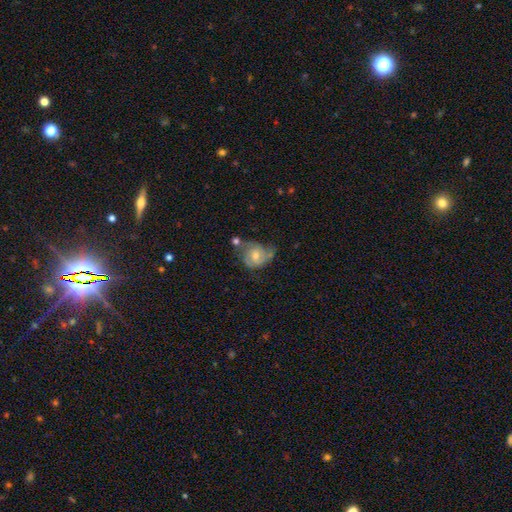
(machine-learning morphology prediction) smooth_or_featured: featured or disk (p=0.55) [alt: smooth p=0.37]
disk_edge_on: no (p=0.97) [alt: yes p=0.03]
bar: no (p=0.62) [alt: weak p=0.33]
has_spiral_arms: yes (p=0.80) [alt: no p=0.20]
bulge_size: moderate (p=0.54) [alt: small p=0.39]
merging: none (p=0.36) [alt: minor disturbance p=0.28]